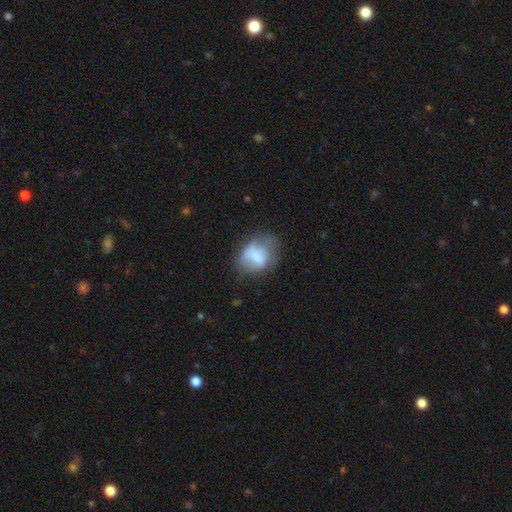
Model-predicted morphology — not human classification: smooth 63%, featured or disk 28%, star or artifact 9%. Down the decision tree: how rounded — in between (53%); merging — none (46%).